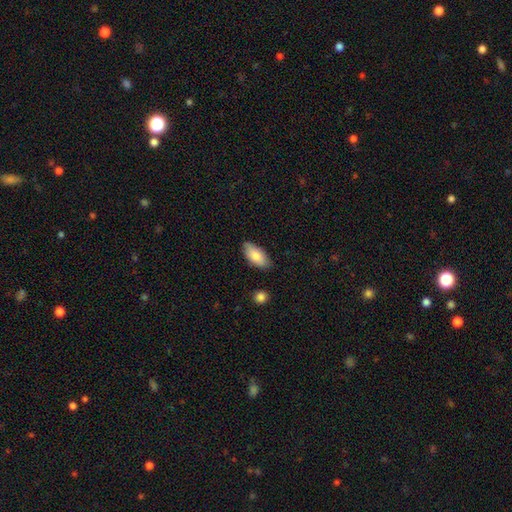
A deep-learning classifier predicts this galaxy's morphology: Smooth or featured? smooth (83%)
How rounded? in between (90%)
Merging? none (82%)